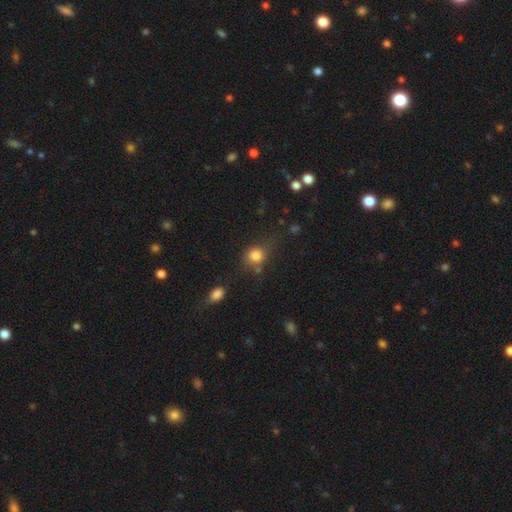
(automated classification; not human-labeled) smooth-or-featured: smooth: 81% | star or artifact: 11% | featured or disk: 8%
  how-rounded: round: 73% | in between: 25% | cigar-shaped: 1%
  merging: none: 60% | minor disturbance: 21% | merger: 10% | major disturbance: 10%